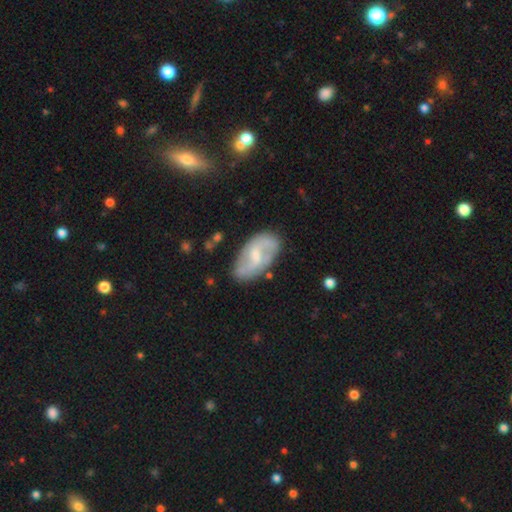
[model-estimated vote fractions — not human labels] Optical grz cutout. It shows a featured or disk galaxy (69%) with a weak bar (56%), 2 (81%) loose (43%) spiral arms (85%) and a small central bulge (45%). Merging: none (73%).